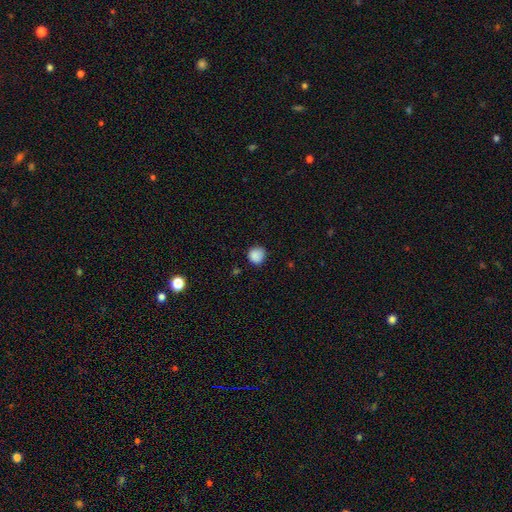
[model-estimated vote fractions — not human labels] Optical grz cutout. It shows a smooth galaxy with no disk features (87%) that is round (91%). Merging: none (82%).